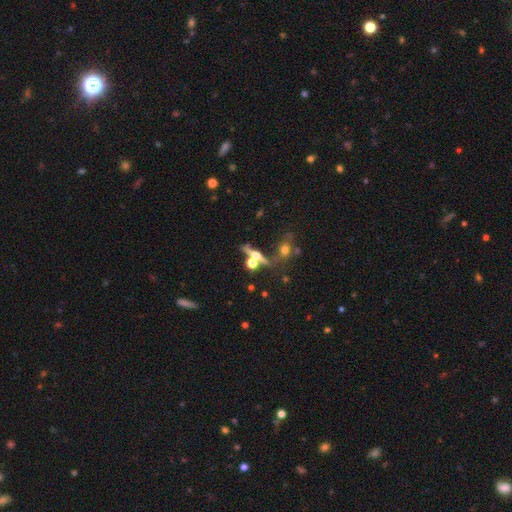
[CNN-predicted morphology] Smooth or featured?
  - featured or disk: 53% *
  - smooth: 30%
  - star or artifact: 17%
Edge-on disk?
  - yes: 84% *
  - no: 16%
Merging?
  - none: 61% *
  - merger: 21%
  - minor disturbance: 11%
  - major disturbance: 6%